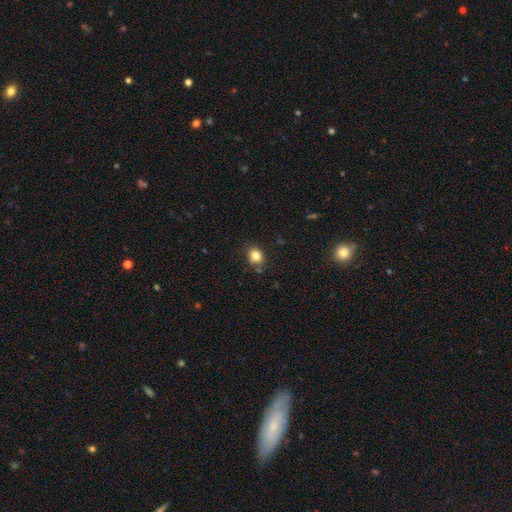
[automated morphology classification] Smooth or featured? smooth (82%)
How rounded? round (59%)
Merging? none (77%)